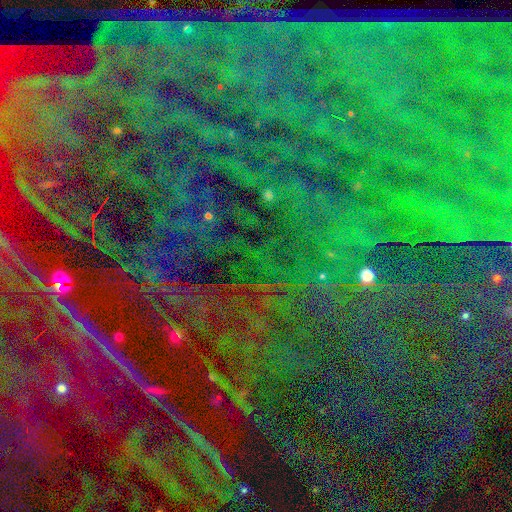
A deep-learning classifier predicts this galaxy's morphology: type=star or artifact (80%).